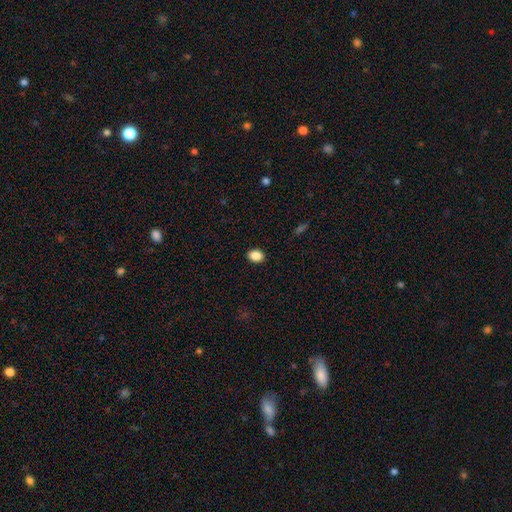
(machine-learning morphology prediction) smooth-or-featured: smooth: 87% | star or artifact: 9% | featured or disk: 4%
  how-rounded: in between: 61% | round: 38% | cigar-shaped: 1%
  merging: none: 90% | minor disturbance: 7% | major disturbance: 2% | merger: 1%